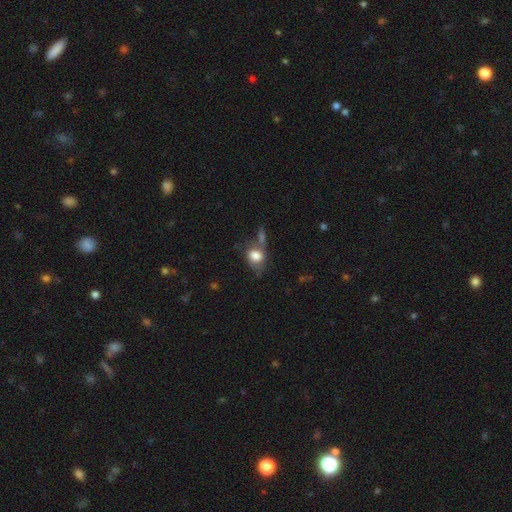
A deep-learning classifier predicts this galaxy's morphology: Q: Smooth or featured?
A: smooth (75%); runner-up: featured or disk (16%)
Q: How rounded?
A: in between (55%); runner-up: round (43%)
Q: Merging?
A: none (44%); runner-up: minor disturbance (23%)